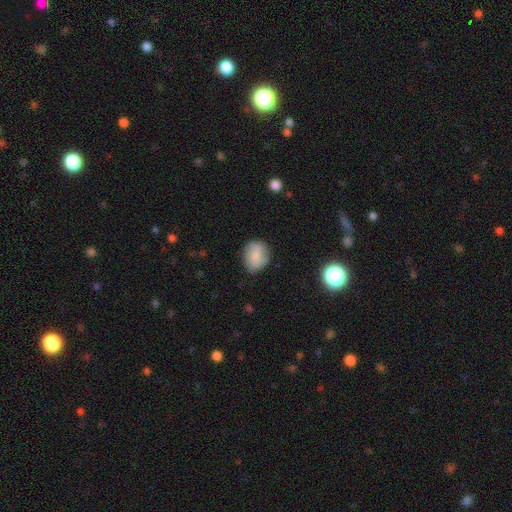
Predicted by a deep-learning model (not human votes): Smooth or featured? smooth (73%)
How rounded? round (53%)
Merging? none (78%)